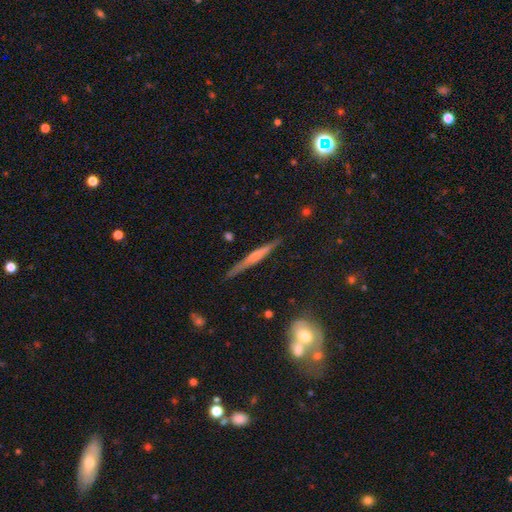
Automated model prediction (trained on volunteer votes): Smooth or featured? featured or disk (58%)
Edge-on disk? yes (96%)
Edge-on bulge? none (42%)
Merging? none (86%)